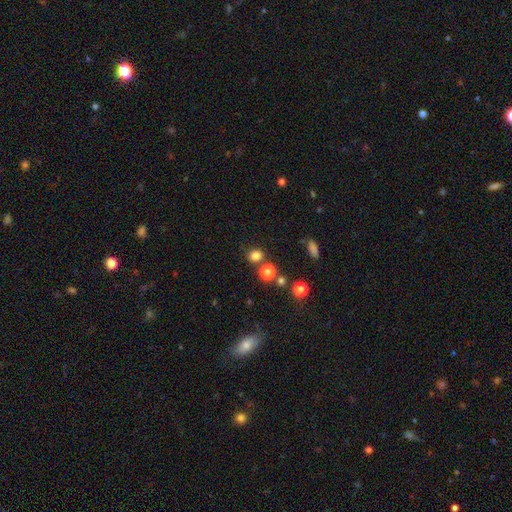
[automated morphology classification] This is likely a smooth galaxy (79%). How rounded: likely round (75%). Merging: likely none (72%).